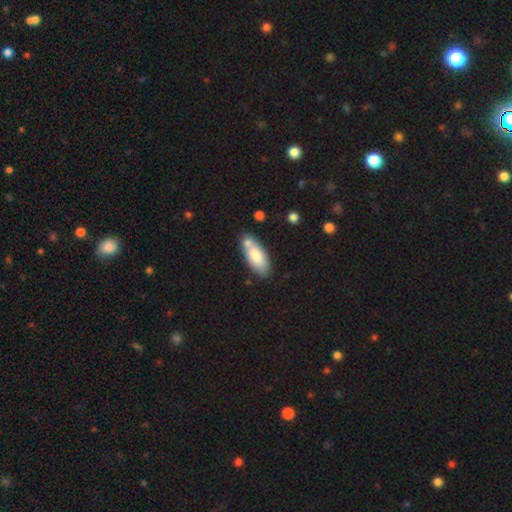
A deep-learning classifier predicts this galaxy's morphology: type=smooth (79%); roundness=in between (79%); merging=none (61%).